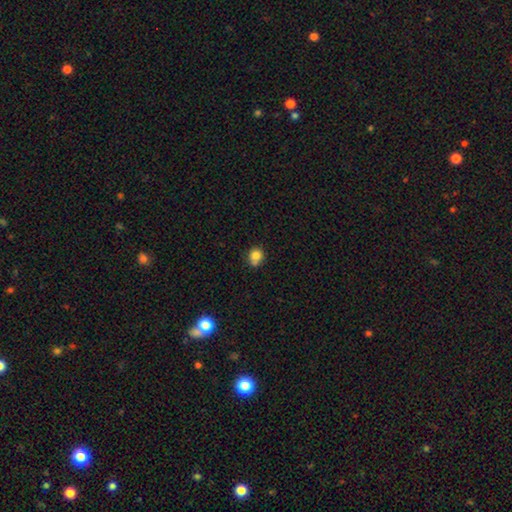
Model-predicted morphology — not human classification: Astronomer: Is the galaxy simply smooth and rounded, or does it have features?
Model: smooth — 80%.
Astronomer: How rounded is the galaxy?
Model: round — 81%.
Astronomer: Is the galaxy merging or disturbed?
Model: none — 54%.